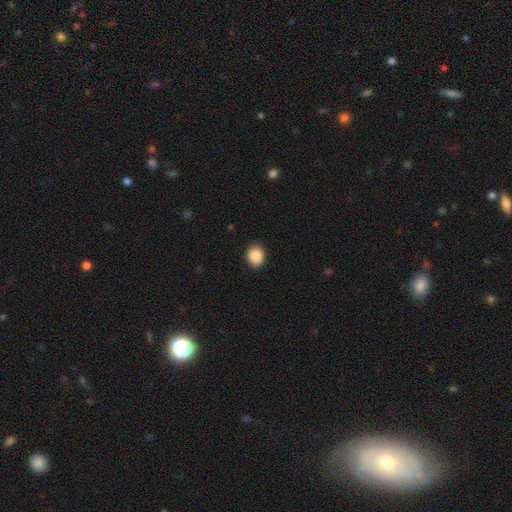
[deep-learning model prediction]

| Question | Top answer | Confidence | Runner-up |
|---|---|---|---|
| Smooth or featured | smooth | 89% | star or artifact (8%) |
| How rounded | round | 51% | in between (48%) |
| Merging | none | 87% | minor disturbance (10%) |